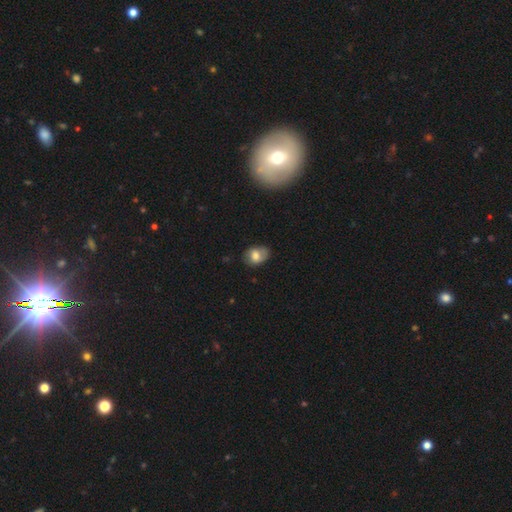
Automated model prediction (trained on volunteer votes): Smooth or featured? smooth (69%)
How rounded? in between (69%)
Merging? none (67%)